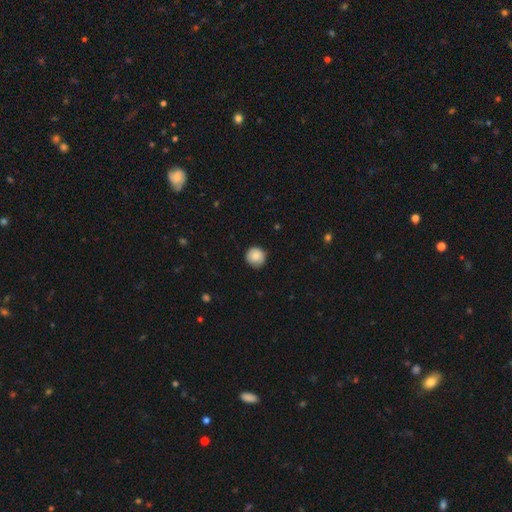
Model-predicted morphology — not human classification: Smooth or featured? Predicted: smooth (p=0.86). How rounded? Predicted: round (p=0.94). Merging? Predicted: none (p=0.87).